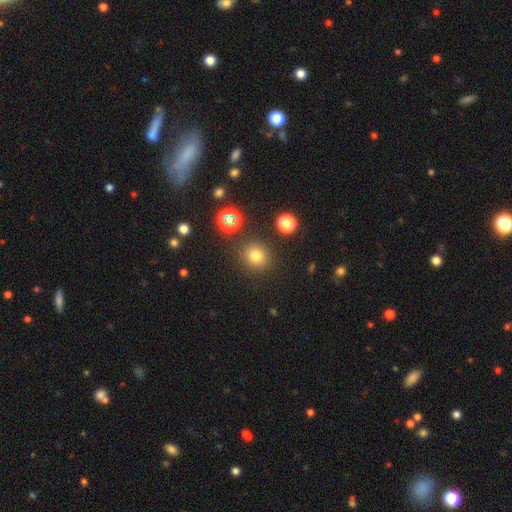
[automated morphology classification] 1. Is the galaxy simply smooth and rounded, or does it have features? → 73% smooth, 20% star or artifact, 7% featured or disk.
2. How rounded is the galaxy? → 86% round, 13% in between, 1% cigar-shaped.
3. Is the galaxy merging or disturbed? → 85% none, 8% minor disturbance, 4% merger, 3% major disturbance.